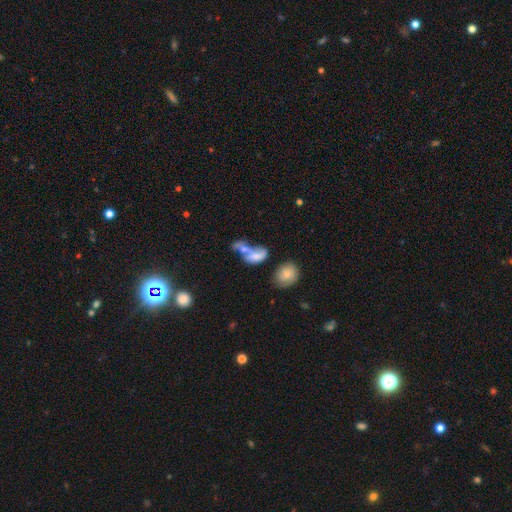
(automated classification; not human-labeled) This is possibly a smooth galaxy (60%). How rounded: clearly in between (84%). Merging: likely merger (62%).